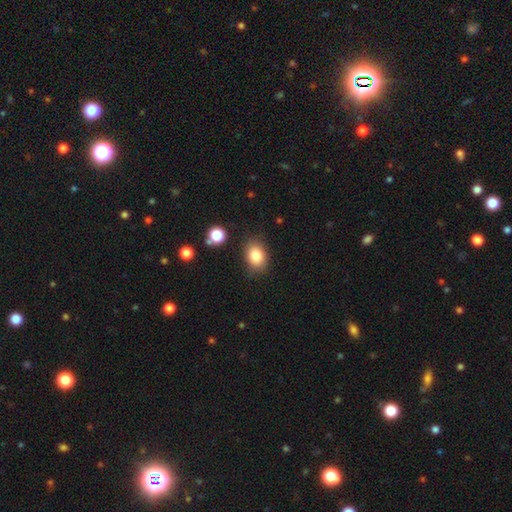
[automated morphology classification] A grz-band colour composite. It shows a smooth galaxy with no disk features (84%) that is in between round and cigar-shaped (72%). Merging: none (82%).